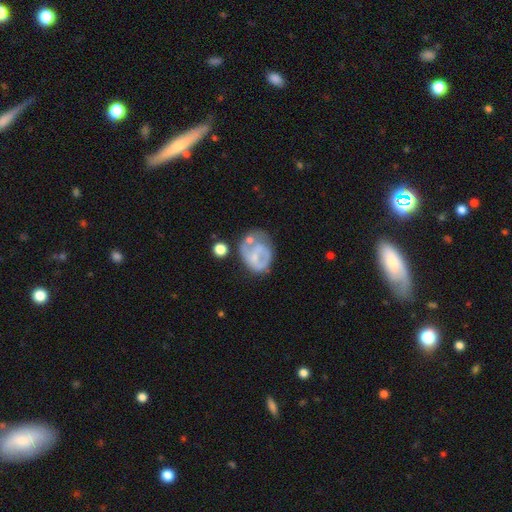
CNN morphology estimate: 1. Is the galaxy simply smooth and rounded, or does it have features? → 57% featured or disk, 35% smooth, 8% star or artifact.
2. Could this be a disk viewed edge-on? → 97% no, 3% yes.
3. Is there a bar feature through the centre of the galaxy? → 60% no, 31% weak, 10% strong.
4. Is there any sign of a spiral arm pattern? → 59% no, 41% yes.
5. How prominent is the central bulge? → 50% small, 24% none, 23% moderate, 2% large, 1% dominant.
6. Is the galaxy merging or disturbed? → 38% none, 26% minor disturbance, 22% major disturbance, 14% merger.